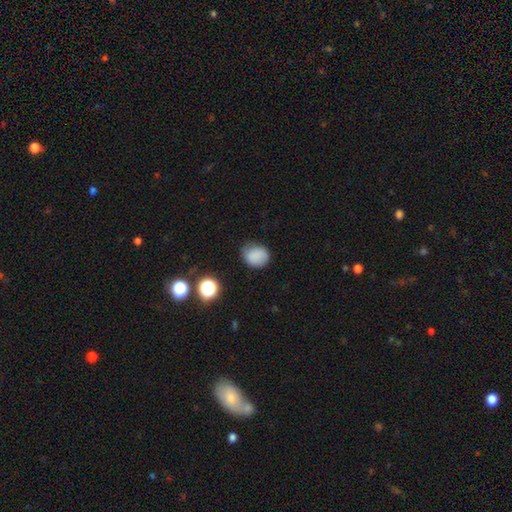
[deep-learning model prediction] Smooth or featured?
  - smooth: 82% *
  - star or artifact: 11%
  - featured or disk: 7%
How rounded?
  - round: 63% *
  - in between: 36%
  - cigar-shaped: 1%
Merging?
  - none: 70% *
  - minor disturbance: 23%
  - major disturbance: 6%
  - merger: 2%